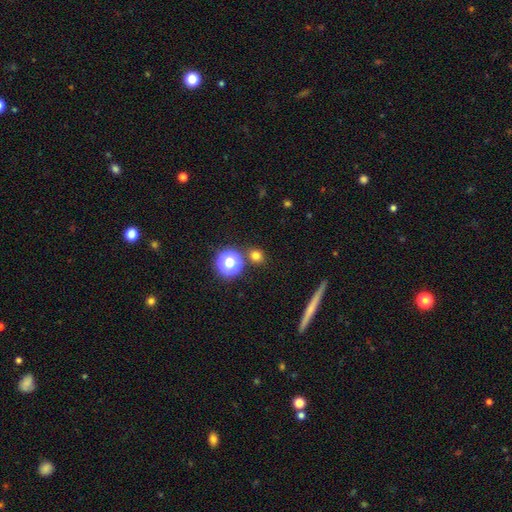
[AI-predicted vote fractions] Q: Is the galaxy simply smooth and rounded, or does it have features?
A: smooth — 74%.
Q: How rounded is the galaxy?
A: round — 84%.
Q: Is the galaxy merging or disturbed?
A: none — 82%.